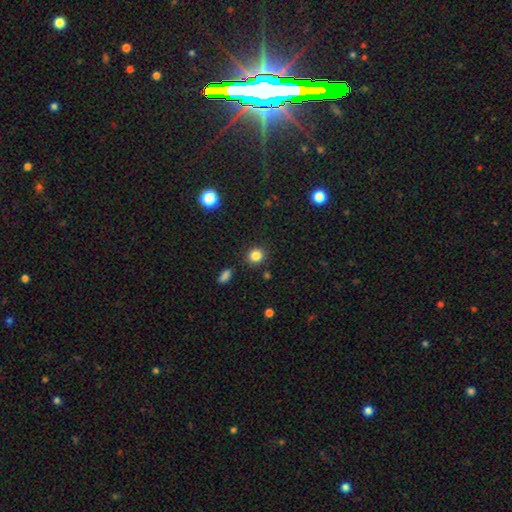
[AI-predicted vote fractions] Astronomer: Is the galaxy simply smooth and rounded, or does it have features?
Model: smooth — 84%.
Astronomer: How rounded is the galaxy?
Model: round — 85%.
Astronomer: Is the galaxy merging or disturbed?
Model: none — 88%.